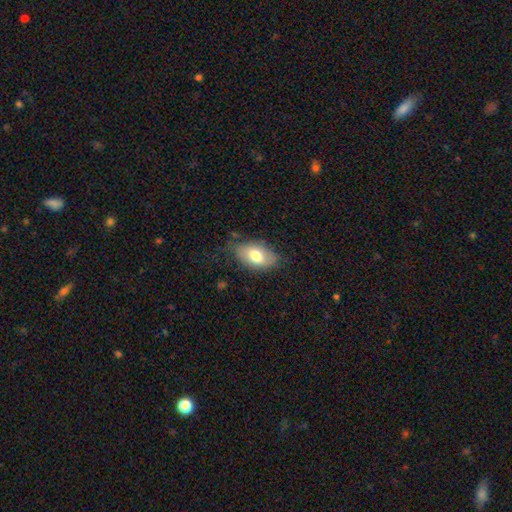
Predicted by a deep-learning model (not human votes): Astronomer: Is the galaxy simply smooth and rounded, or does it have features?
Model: smooth — 72%.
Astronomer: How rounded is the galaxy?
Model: in between — 93%.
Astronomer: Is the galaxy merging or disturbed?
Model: none — 68%.